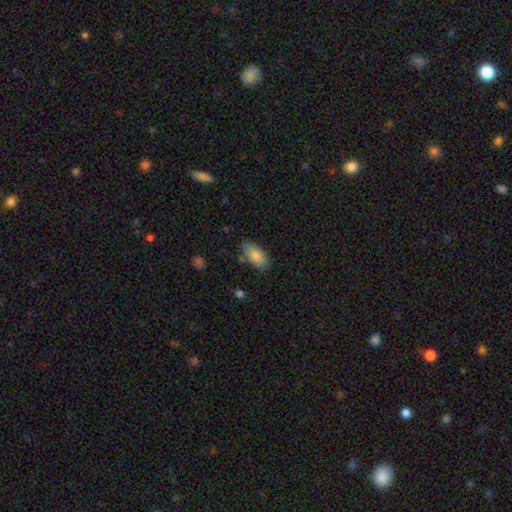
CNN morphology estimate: smooth_or_featured: smooth (p=0.85) [alt: featured or disk p=0.09]
how_rounded: in between (p=0.92) [alt: cigar-shaped p=0.06]
merging: none (p=0.79) [alt: minor disturbance p=0.15]